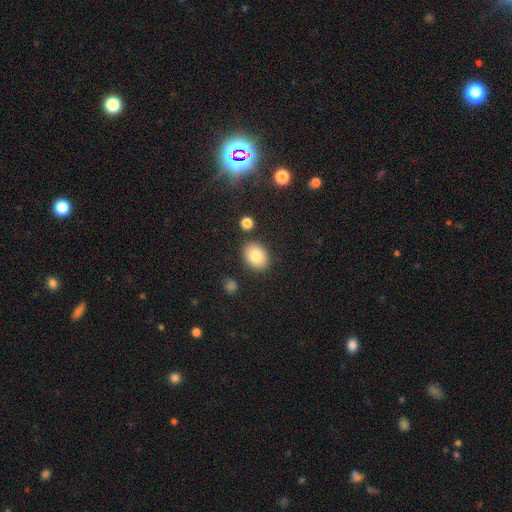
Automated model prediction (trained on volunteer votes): This is clearly a smooth galaxy (81%). How rounded: likely in between (64%). Merging: clearly none (85%).